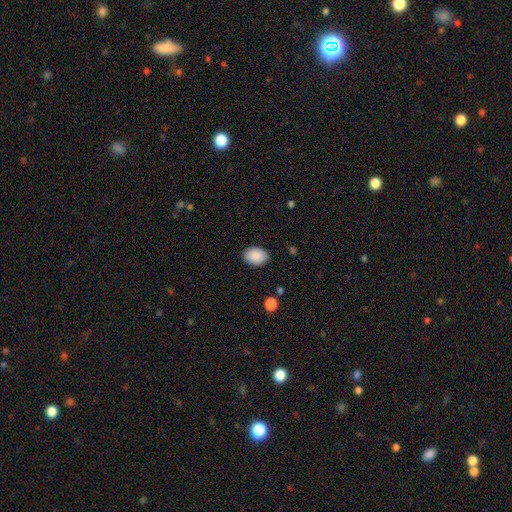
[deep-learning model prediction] This appears to be a smooth galaxy with no disk features (90%) that is in between round and cigar-shaped (81%). Merging: none (87%).